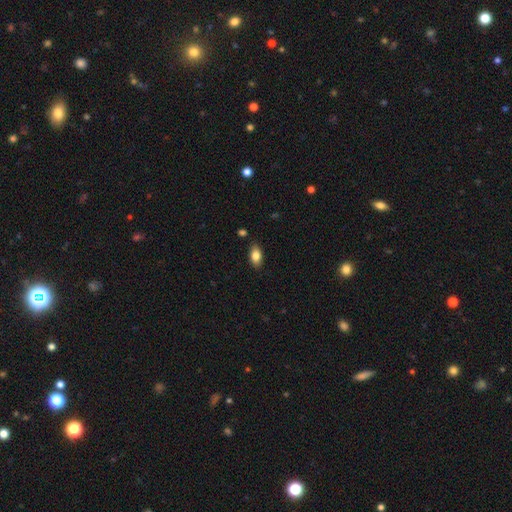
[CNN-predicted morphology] A smooth galaxy with no disk features (83%) that is in between round and cigar-shaped (91%). Merging: none (84%).